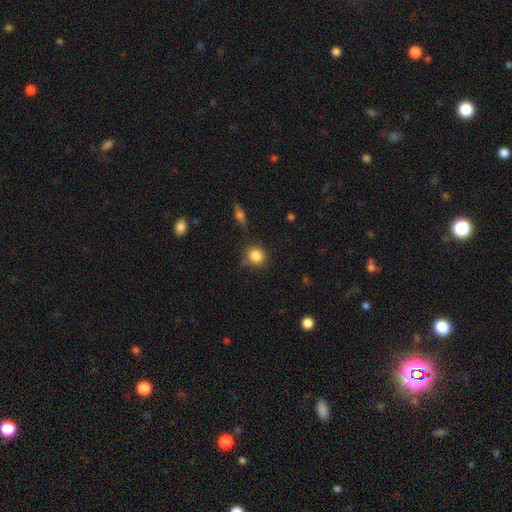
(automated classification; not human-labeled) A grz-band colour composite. It shows a smooth galaxy with no disk features (85%) that is round (84%). Merging: none (71%).